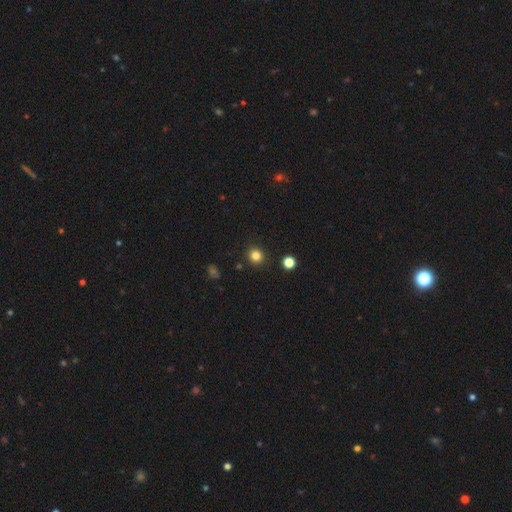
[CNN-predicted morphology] smooth-or-featured: smooth: 83% | star or artifact: 13% | featured or disk: 5%
  how-rounded: round: 89% | in between: 10% | cigar-shaped: 1%
  merging: none: 91% | minor disturbance: 6% | merger: 2% | major disturbance: 2%